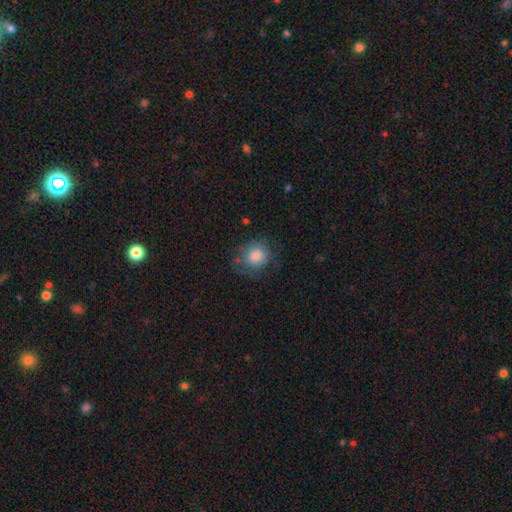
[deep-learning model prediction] smooth 80%, featured or disk 12%, star or artifact 9%. Down the decision tree: how rounded — round (75%); merging — none (61%).